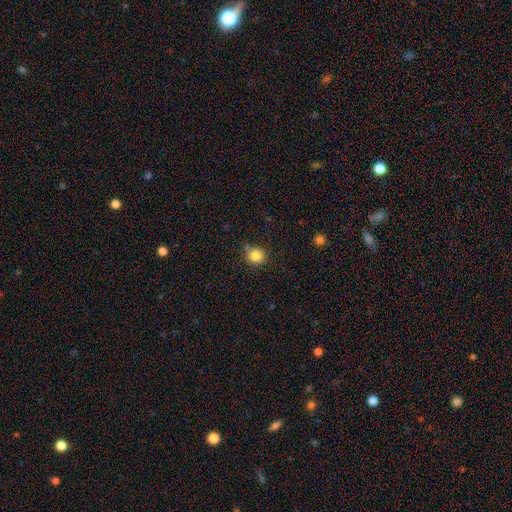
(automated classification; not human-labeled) Smooth or featured? smooth (84%)
How rounded? round (87%)
Merging? none (77%)